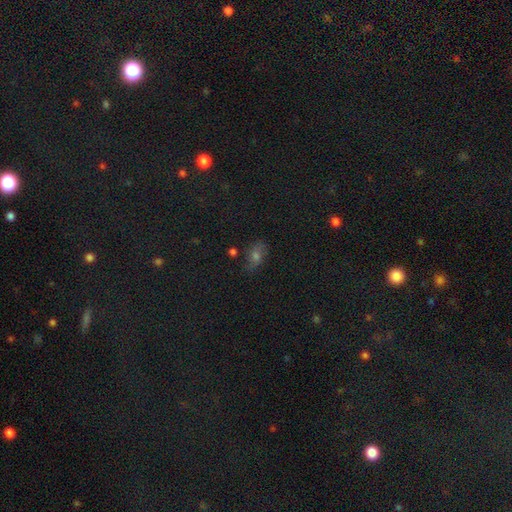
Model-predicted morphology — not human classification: Smooth or featured: smooth — 43% (star or artifact — 32%)
Merging: none — 71% (minor disturbance — 19%)